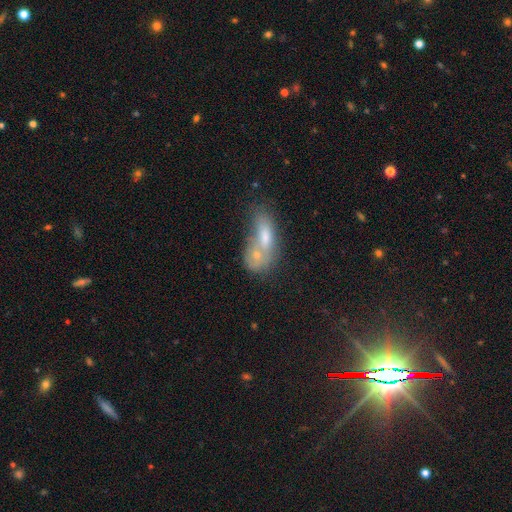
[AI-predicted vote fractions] Smooth or featured? smooth (63%)
How rounded? in between (67%)
Merging? merger (62%)